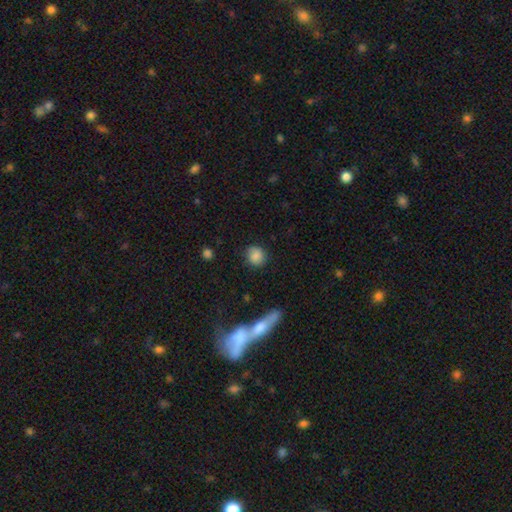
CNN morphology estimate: A smooth galaxy with no disk features (85%) that is round (80%). Merging: none (83%).